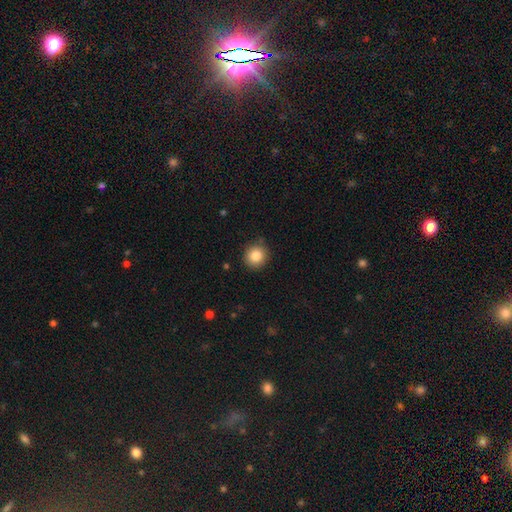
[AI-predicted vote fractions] Smooth or featured?
  - smooth: 84% *
  - star or artifact: 10%
  - featured or disk: 6%
How rounded?
  - round: 91% *
  - in between: 8%
  - cigar-shaped: 1%
Merging?
  - none: 87% *
  - minor disturbance: 9%
  - major disturbance: 2%
  - merger: 1%